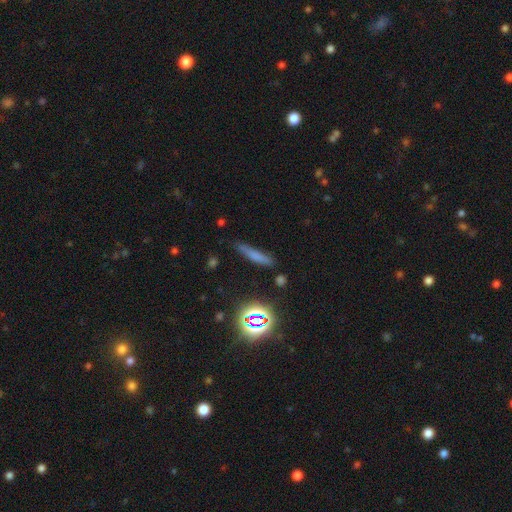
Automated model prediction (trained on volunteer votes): This is likely a smooth galaxy (61%). How rounded: clearly cigar-shaped (87%). Merging: likely none (78%).